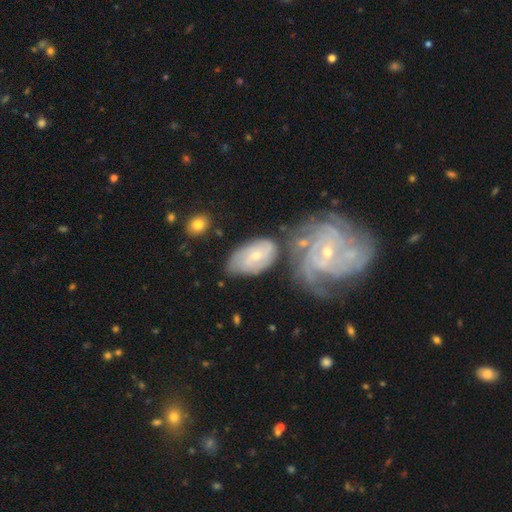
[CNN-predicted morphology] Smooth or featured: featured or disk — 73% (smooth — 20%)
Edge-on disk: no — 94% (yes — 6%)
Bar: no — 57% (weak — 34%)
Spiral arms: yes — 91% (no — 9%)
Spiral winding: tight — 62% (medium — 29%)
Spiral arm count: can't tell — 36% (3 — 25%)
Bulge size: small — 60% (moderate — 36%)
Merging: none — 49% (merger — 22%)